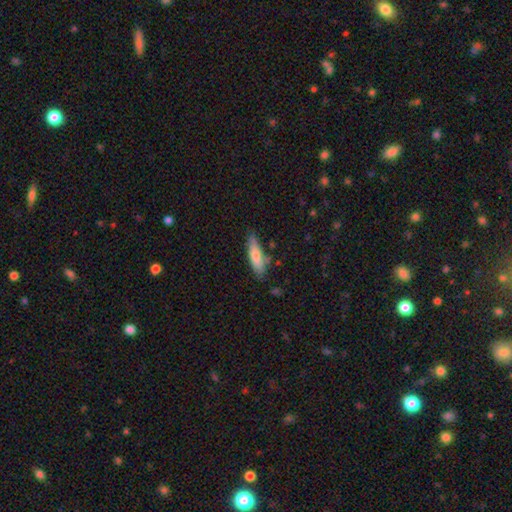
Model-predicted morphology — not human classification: smooth_or_featured: smooth (p=0.69) [alt: featured or disk p=0.24]
how_rounded: cigar-shaped (p=0.71) [alt: in between p=0.27]
merging: none (p=0.79) [alt: minor disturbance p=0.15]